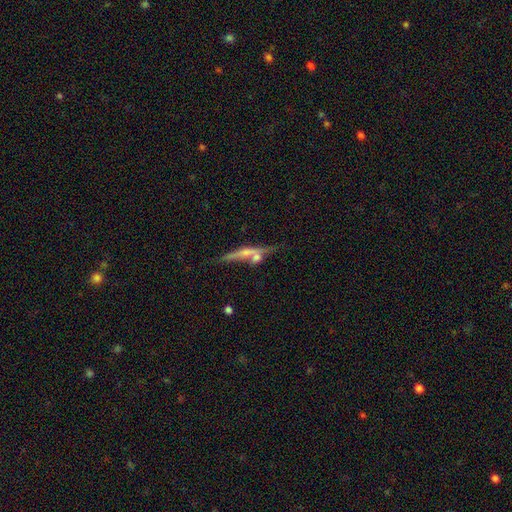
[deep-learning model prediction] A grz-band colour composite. It shows a featured or disk galaxy (51%) viewed edge-on (84%). Merging: none (47%).